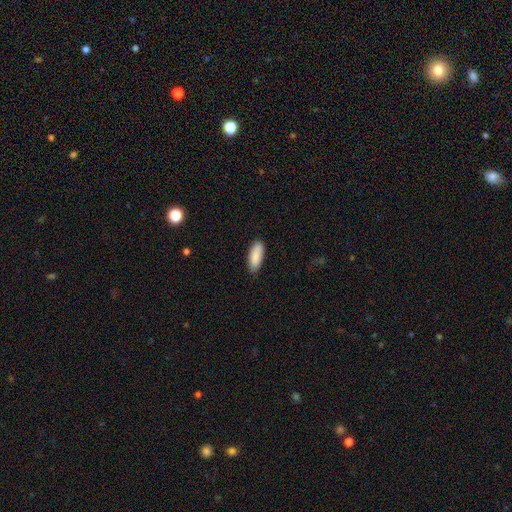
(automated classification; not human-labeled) Overall: smooth (89%). How rounded: in between (74%). Merging: none (82%).